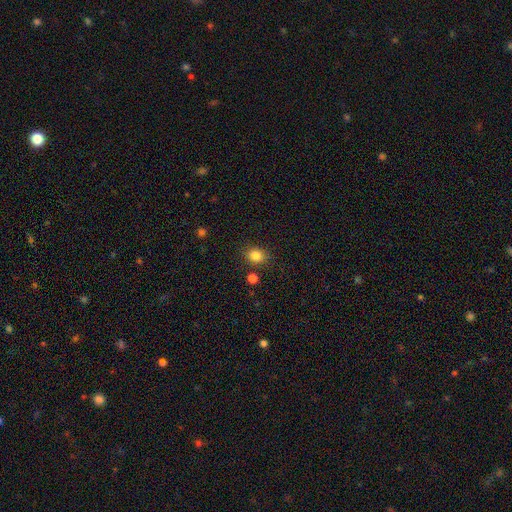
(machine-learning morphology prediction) type=smooth (83%); roundness=round (55%); merging=none (82%).